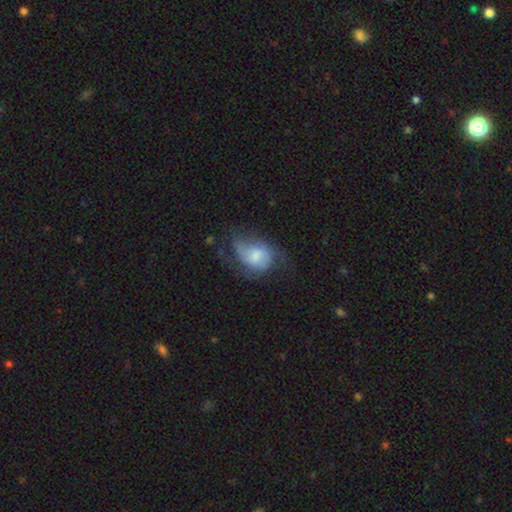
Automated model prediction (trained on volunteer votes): Smooth or featured: featured or disk — 47% (smooth — 45%)
Merging: none — 37% (major disturbance — 30%)